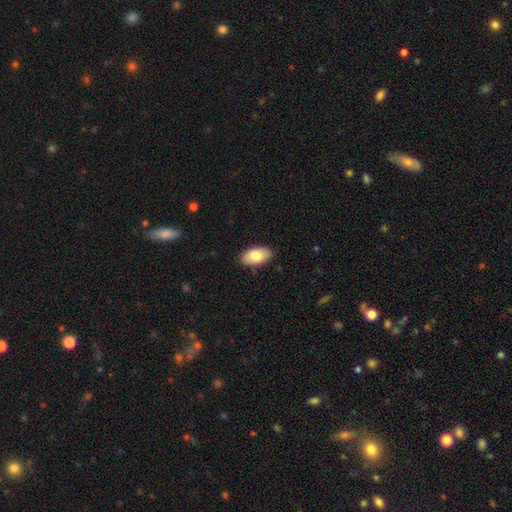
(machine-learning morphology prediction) Smooth or featured? smooth (83%)
How rounded? in between (95%)
Merging? none (87%)